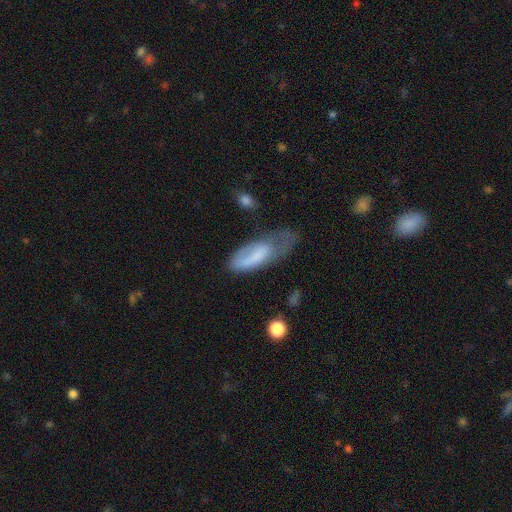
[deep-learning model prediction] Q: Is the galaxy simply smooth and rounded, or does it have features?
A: smooth — 61%.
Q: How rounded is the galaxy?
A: in between — 65%.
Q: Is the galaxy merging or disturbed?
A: minor disturbance — 33%, tied with major disturbance.